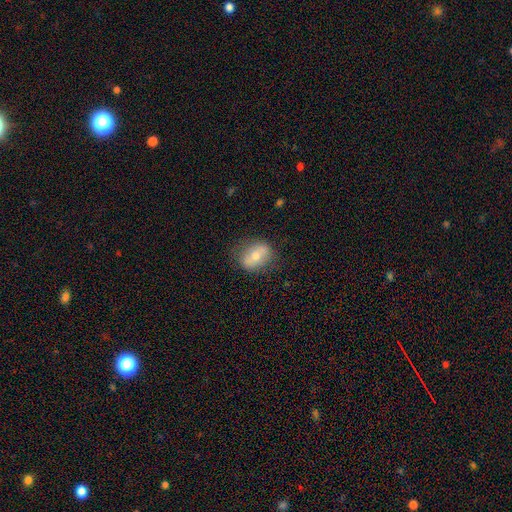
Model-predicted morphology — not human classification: Smooth or featured?
  - smooth: 58% *
  - featured or disk: 34%
  - star or artifact: 8%
How rounded?
  - in between: 66% *
  - round: 32%
  - cigar-shaped: 2%
Merging?
  - none: 75% *
  - minor disturbance: 18%
  - major disturbance: 6%
  - merger: 2%